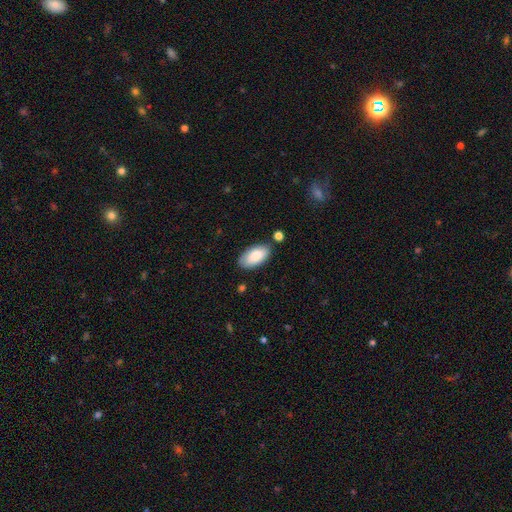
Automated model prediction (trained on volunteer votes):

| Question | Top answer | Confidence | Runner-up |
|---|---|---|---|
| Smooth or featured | smooth | 83% | featured or disk (11%) |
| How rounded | in between | 95% | cigar-shaped (3%) |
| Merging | none | 78% | minor disturbance (15%) |